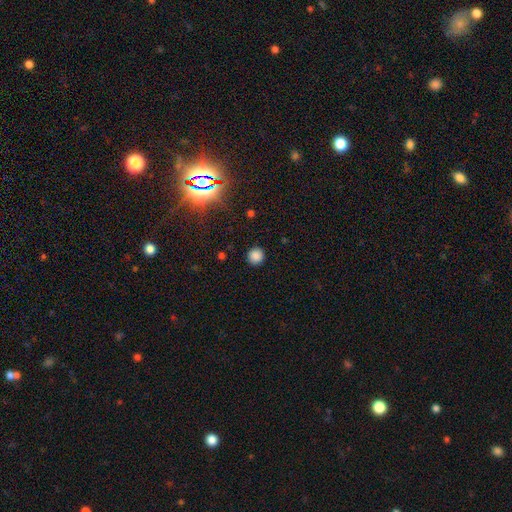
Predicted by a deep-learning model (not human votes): Q: Smooth or featured?
A: smooth (83%); runner-up: star or artifact (13%)
Q: How rounded?
A: round (93%); runner-up: in between (6%)
Q: Merging?
A: none (91%); runner-up: minor disturbance (6%)